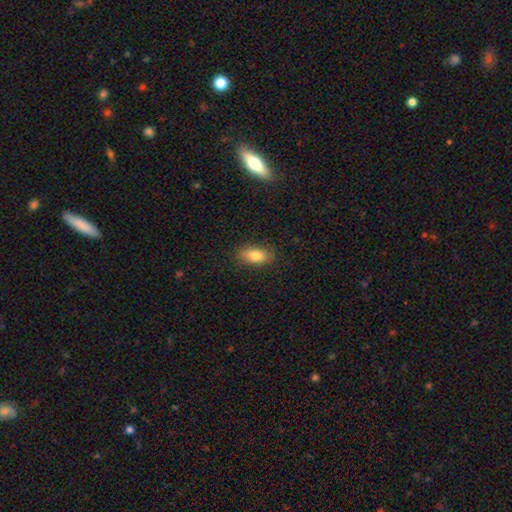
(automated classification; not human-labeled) The model was most divided on "smooth or featured": smooth: 80%, featured or disk: 12%, star or artifact: 8%. More confident: merging — none (84%); how rounded — in between (84%).